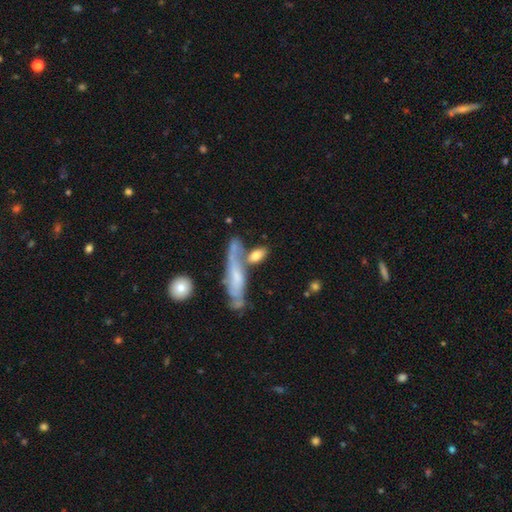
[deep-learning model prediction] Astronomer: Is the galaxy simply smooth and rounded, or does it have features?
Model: smooth — 63%.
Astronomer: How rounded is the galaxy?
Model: in between — 58% (runner-up: cigar-shaped, 36%).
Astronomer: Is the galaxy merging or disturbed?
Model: none — 44% (runner-up: merger, 31%).